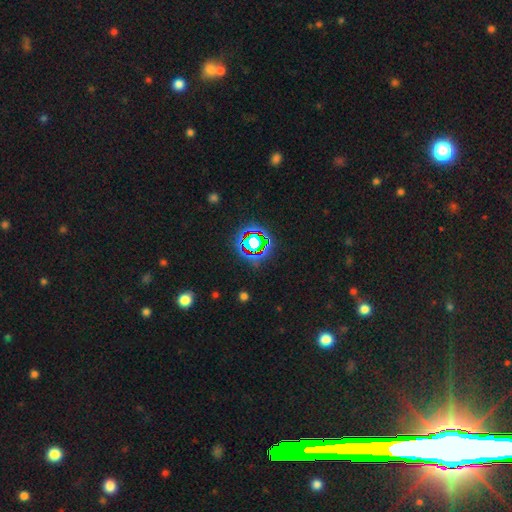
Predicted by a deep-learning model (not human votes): Overall: star or artifact (77%).